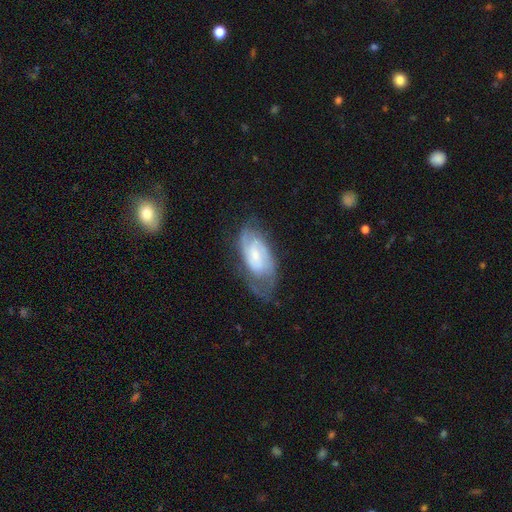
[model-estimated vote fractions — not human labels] The model was most divided on "spiral winding": tight: 48%, medium: 41%, loose: 12%. Remaining: edge-on disk — no (94%); spiral arms — yes (92%); smooth or featured — featured or disk (76%); merging — none (57%); spiral arm count — 2 (55%); bulge size — small (49%); bar — weak (49%).